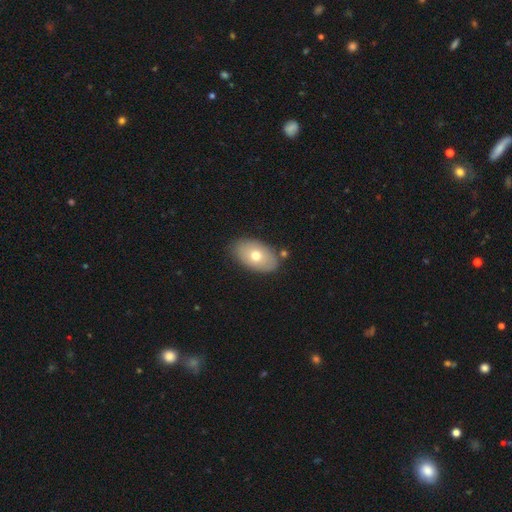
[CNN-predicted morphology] Smooth or featured?
  - smooth: 68% *
  - featured or disk: 25%
  - star or artifact: 7%
How rounded?
  - in between: 91% *
  - round: 7%
  - cigar-shaped: 1%
Merging?
  - none: 80% *
  - minor disturbance: 13%
  - merger: 4%
  - major disturbance: 3%